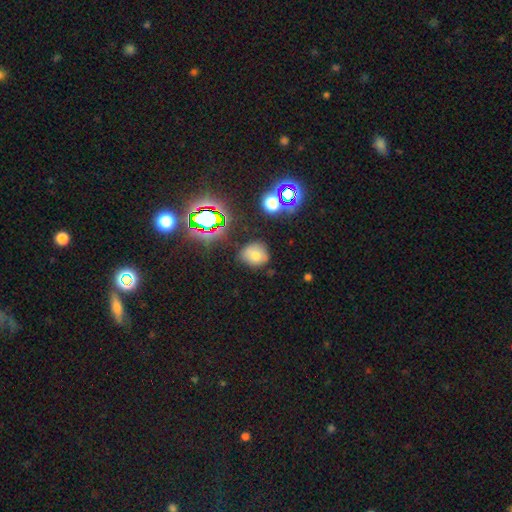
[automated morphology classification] Smooth or featured: smooth — 66% (star or artifact — 20%)
How rounded: round — 73% (in between — 26%)
Merging: none — 75% (minor disturbance — 17%)